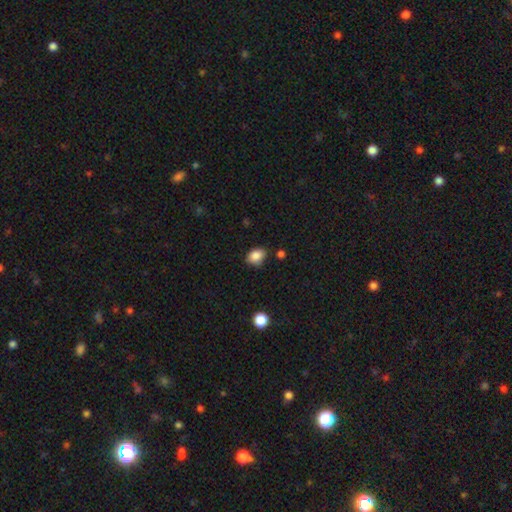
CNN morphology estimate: Overall: smooth (86%). How rounded: in between (73%). Merging: none (75%).